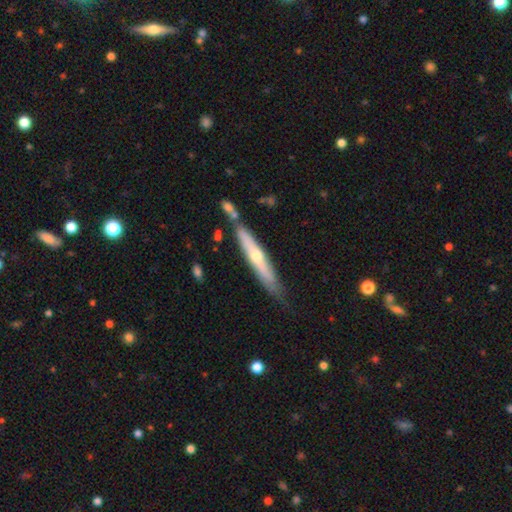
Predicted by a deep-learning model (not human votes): Q: Smooth or featured?
A: featured or disk (54%); runner-up: smooth (40%)
Q: Edge-on disk?
A: yes (86%); runner-up: no (14%)
Q: Merging?
A: none (71%); runner-up: minor disturbance (18%)